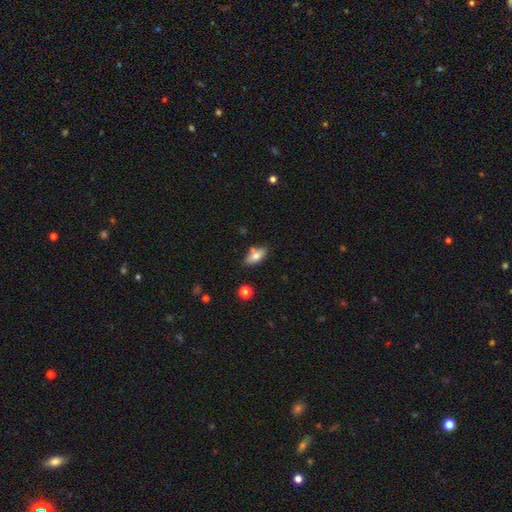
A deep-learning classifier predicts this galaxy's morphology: smooth_or_featured: smooth (p=0.72) [alt: featured or disk p=0.20]
how_rounded: in between (p=0.82) [alt: cigar-shaped p=0.14]
merging: none (p=0.73) [alt: minor disturbance p=0.16]